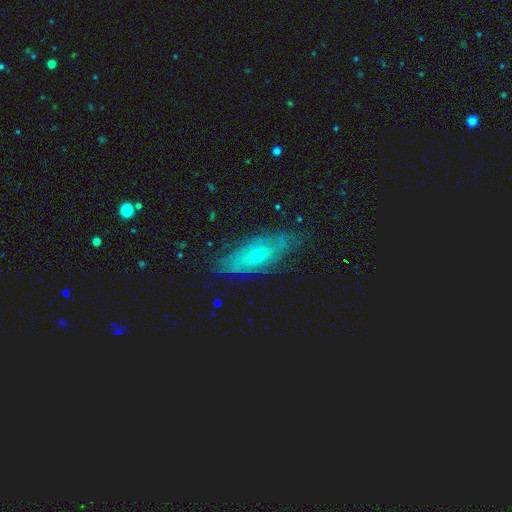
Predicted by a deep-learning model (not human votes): Overall: featured or disk (56%; smooth 32%). Edge-on disk: no (78%). Merging: none (71%).